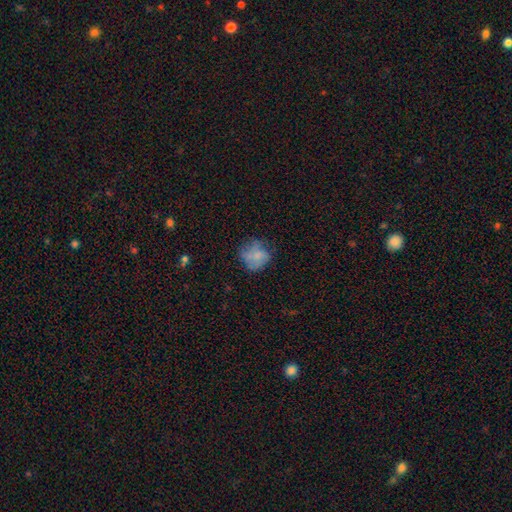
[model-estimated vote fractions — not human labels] Morphology: type=smooth (66%); roundness=round (77%); merging=none (56%).